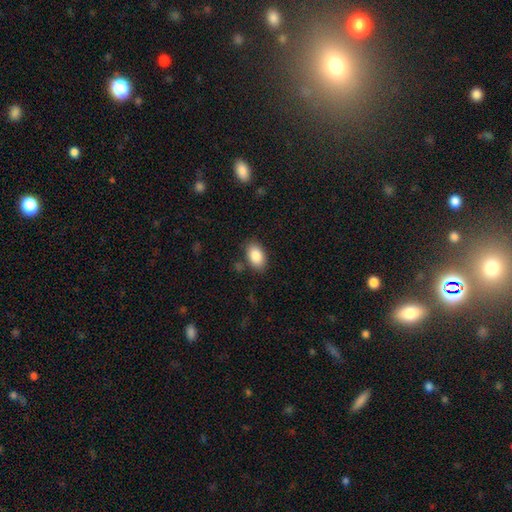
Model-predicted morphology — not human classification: This appears to be a smooth galaxy with no disk features (87%) that is in between round and cigar-shaped (91%). Merging: none (82%).